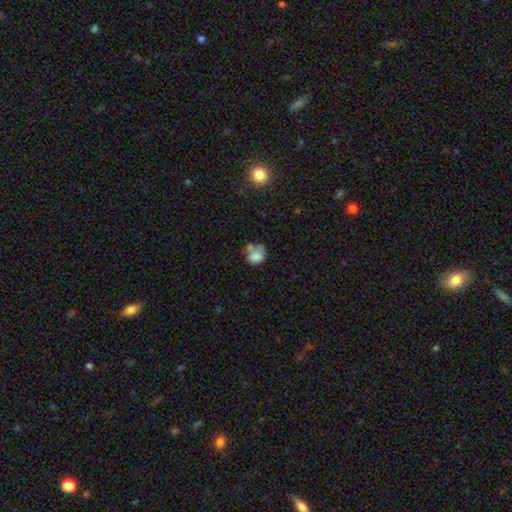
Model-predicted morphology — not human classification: A smooth galaxy with no disk features (73%) that is round (58%).

Vote fractions:
- Smooth or featured? smooth: 73% / featured or disk: 16% / star or artifact: 11%
- How rounded? round: 58% / in between: 41% / cigar-shaped: 1%
- Merging? none: 34% / merger: 28% / minor disturbance: 24% / major disturbance: 14%